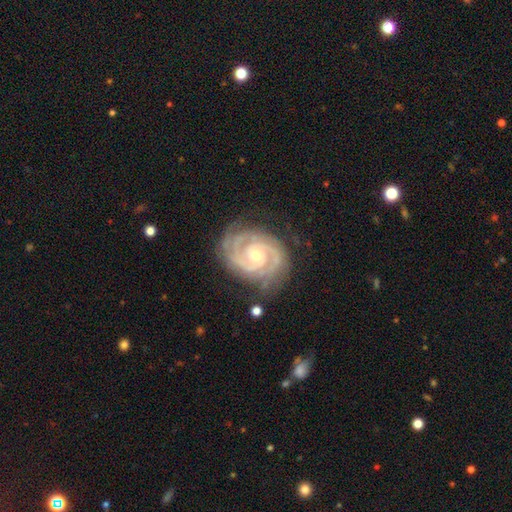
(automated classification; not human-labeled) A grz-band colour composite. It shows a featured or disk galaxy (92%) with no bar (57%), 2 (74%) tight (76%) spiral arms (99%) and a small central bulge (49%). Merging: none (77%).